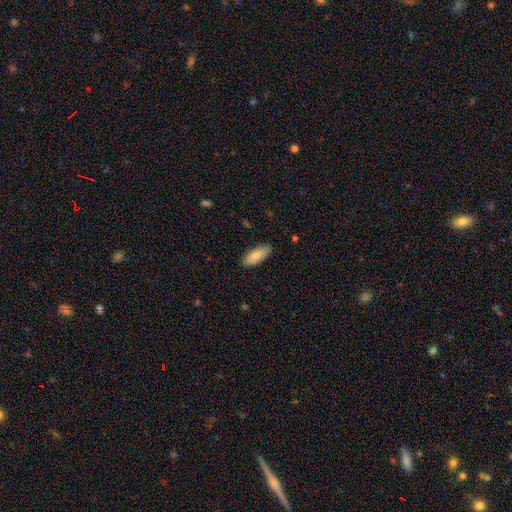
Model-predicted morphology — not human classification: smooth_or_featured: smooth (p=0.84) [alt: featured or disk p=0.11]
how_rounded: in between (p=0.83) [alt: cigar-shaped p=0.15]
merging: none (p=0.86) [alt: minor disturbance p=0.11]